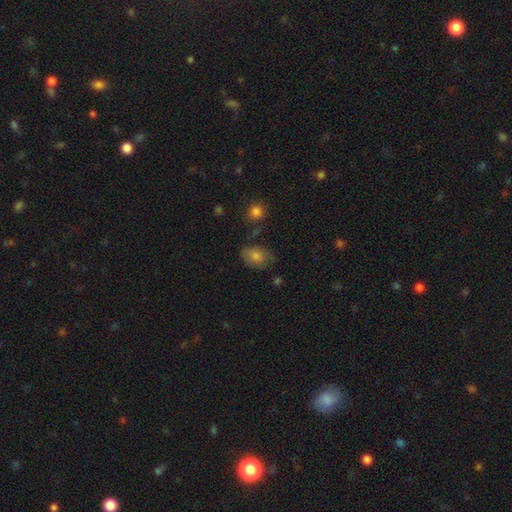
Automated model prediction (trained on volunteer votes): Morphology: type=smooth (65%); roundness=in between (77%); merging=none (66%).